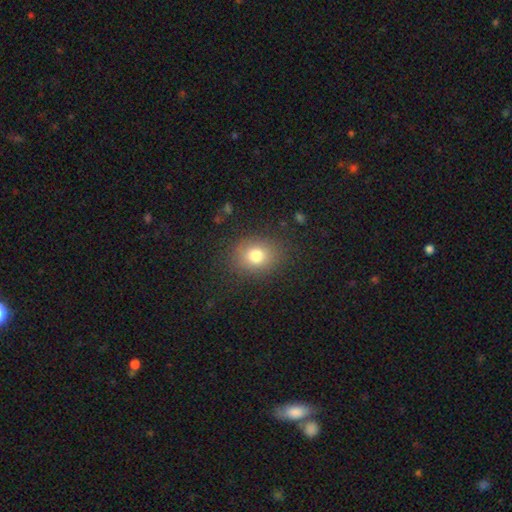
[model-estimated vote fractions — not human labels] A smooth galaxy with no disk features (78%) that is round (55%).

Vote fractions:
- Smooth or featured? smooth: 78% / star or artifact: 12% / featured or disk: 10%
- How rounded? round: 55% / in between: 44% / cigar-shaped: 1%
- Merging? none: 84% / minor disturbance: 10% / major disturbance: 5% / merger: 1%